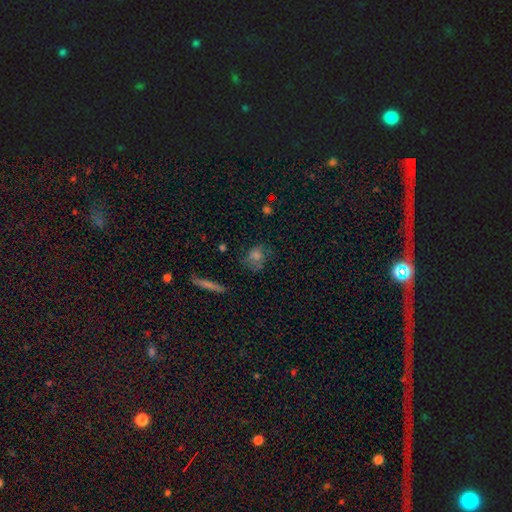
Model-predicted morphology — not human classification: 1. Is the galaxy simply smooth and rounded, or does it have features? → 56% smooth, 26% featured or disk, 18% star or artifact.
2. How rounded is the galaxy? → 56% round, 37% in between, 6% cigar-shaped.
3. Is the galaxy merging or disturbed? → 63% none, 21% minor disturbance, 12% major disturbance, 3% merger.